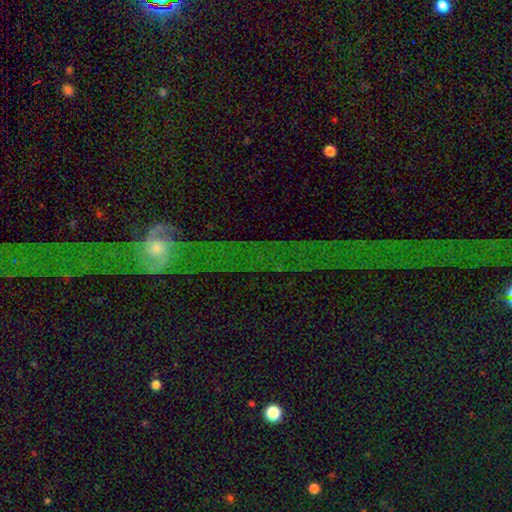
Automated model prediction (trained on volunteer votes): Smooth or featured: star or artifact — 44% (featured or disk — 41%)